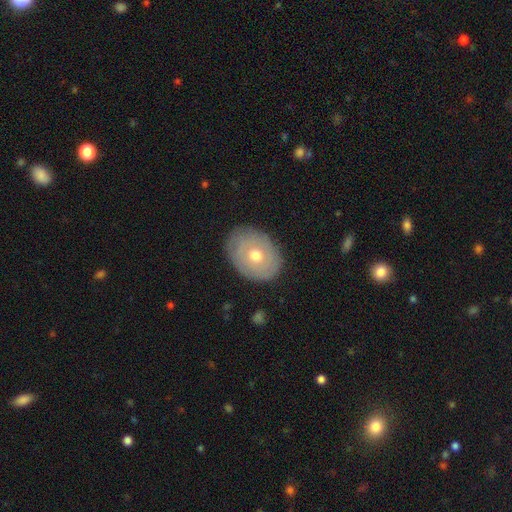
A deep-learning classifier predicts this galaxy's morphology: featured or disk 49%, smooth 45%, star or artifact 6%. Down the decision tree: merging — none (83%).